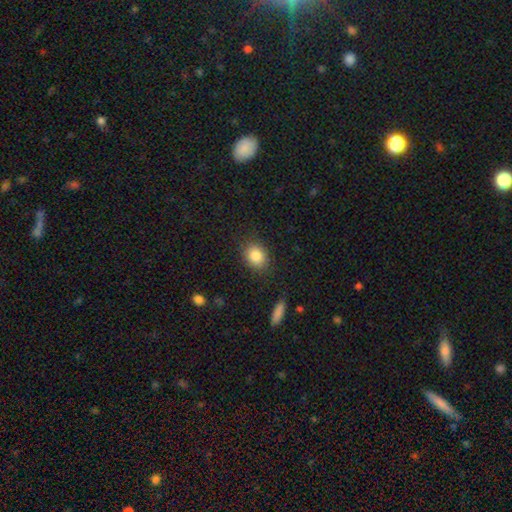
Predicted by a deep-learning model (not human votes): This appears to be a smooth galaxy with no disk features (85%) that is in between round and cigar-shaped (51%). Merging: none (83%).